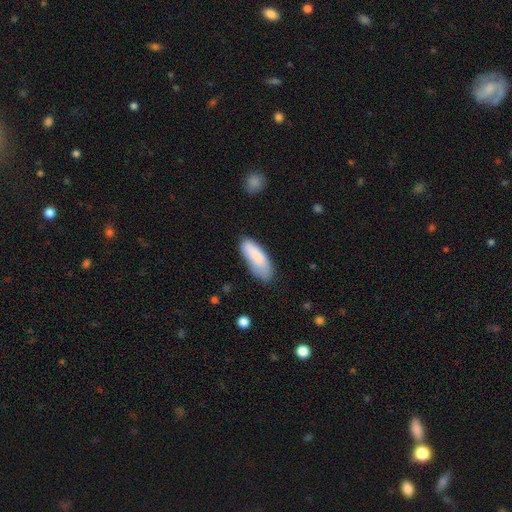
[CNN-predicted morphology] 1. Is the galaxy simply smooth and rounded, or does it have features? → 84% smooth, 10% featured or disk, 6% star or artifact.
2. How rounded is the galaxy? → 69% in between, 29% cigar-shaped, 2% round.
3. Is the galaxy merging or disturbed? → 68% none, 24% minor disturbance, 6% major disturbance, 3% merger.